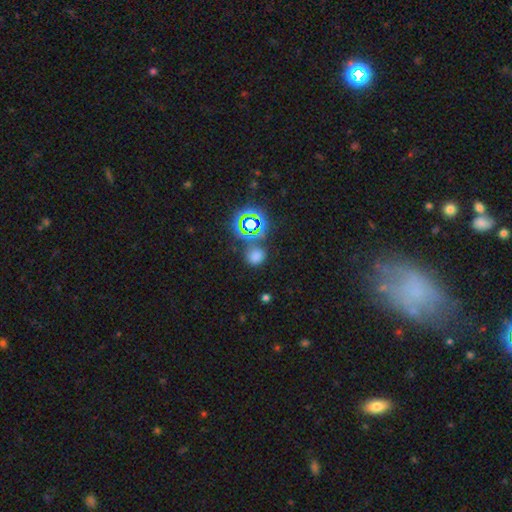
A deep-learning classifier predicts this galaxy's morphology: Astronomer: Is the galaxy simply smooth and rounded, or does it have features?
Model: smooth — 62%.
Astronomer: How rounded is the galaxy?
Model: round — 75%.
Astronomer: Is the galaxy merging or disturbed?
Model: none — 69%.